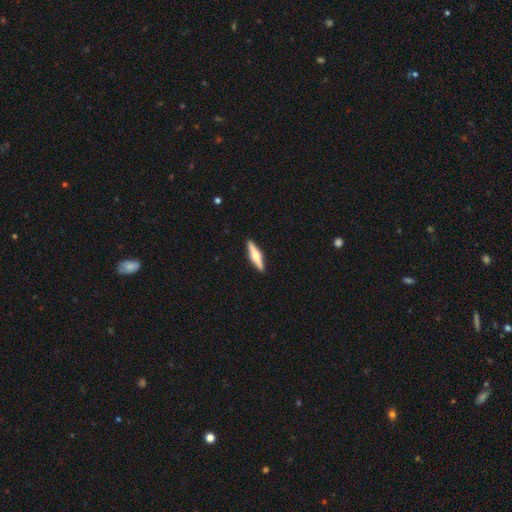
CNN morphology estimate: smooth_or_featured: featured or disk (p=0.60) [alt: smooth p=0.35]
disk_edge_on: yes (p=0.97) [alt: no p=0.03]
edge_on_bulge: rounded (p=0.89) [alt: boxy p=0.07]
merging: none (p=0.92) [alt: minor disturbance p=0.06]